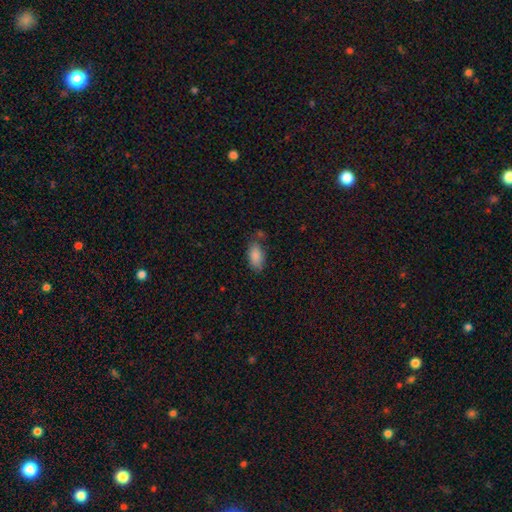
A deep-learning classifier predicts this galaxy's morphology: Smooth or featured: smooth — 87% (star or artifact — 7%)
How rounded: in between — 92% (cigar-shaped — 5%)
Merging: none — 69% (minor disturbance — 19%)